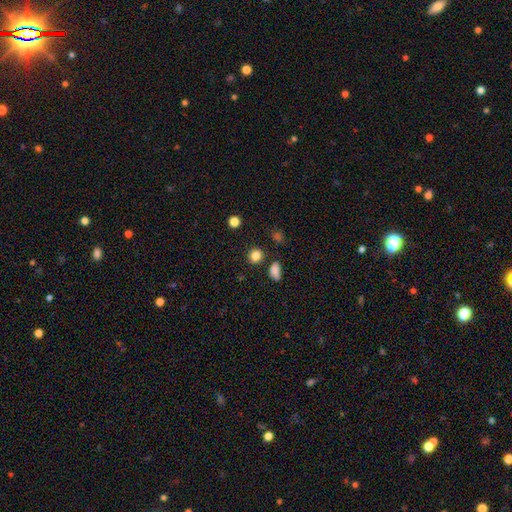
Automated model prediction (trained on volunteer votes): smooth 84%, star or artifact 12%, featured or disk 4%. Down the decision tree: how rounded — round (74%); merging — none (85%).